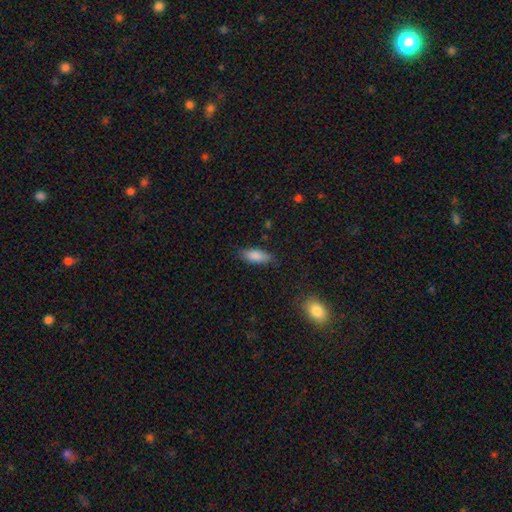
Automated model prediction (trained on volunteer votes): Smooth or featured: smooth — 86% (featured or disk — 7%)
How rounded: in between — 78% (cigar-shaped — 20%)
Merging: none — 83% (minor disturbance — 13%)